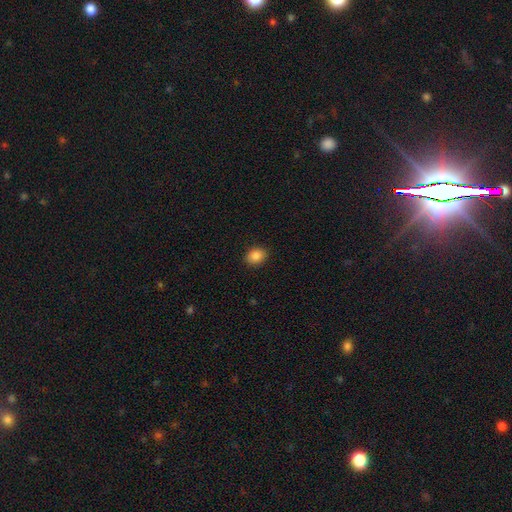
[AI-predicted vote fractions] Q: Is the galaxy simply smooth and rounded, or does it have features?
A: smooth — 86%.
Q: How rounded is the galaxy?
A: in between — 58%.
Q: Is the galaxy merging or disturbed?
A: none — 89%.